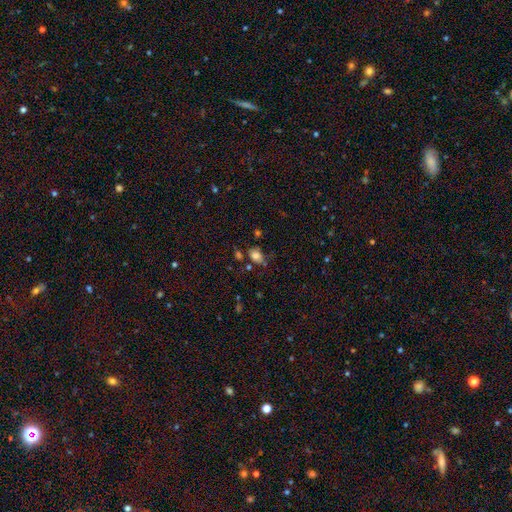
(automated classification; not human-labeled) Smooth or featured: smooth — 76% (star or artifact — 15%)
How rounded: in between — 65% (round — 33%)
Merging: none — 59% (minor disturbance — 23%)